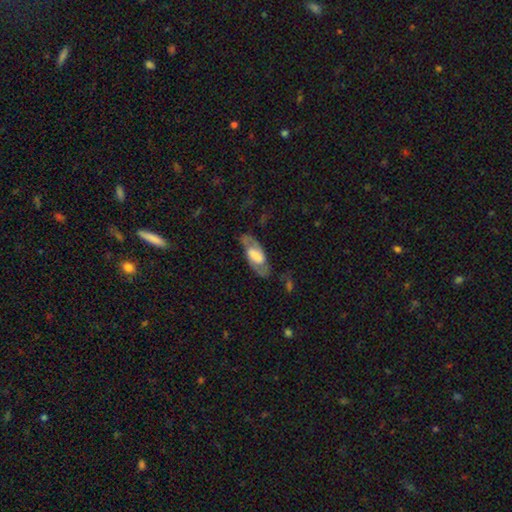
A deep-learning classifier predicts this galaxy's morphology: featured or disk 66%, smooth 28%, star or artifact 6%. Down the decision tree: edge-on disk — no (87%); bar — weak (39%); spiral arms — yes (74%); bulge size — large (39%); merging — none (71%).